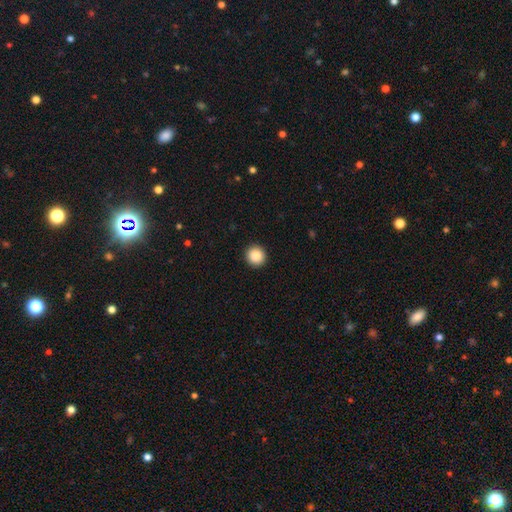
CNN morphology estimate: type=smooth (85%); roundness=round (95%); merging=none (94%).